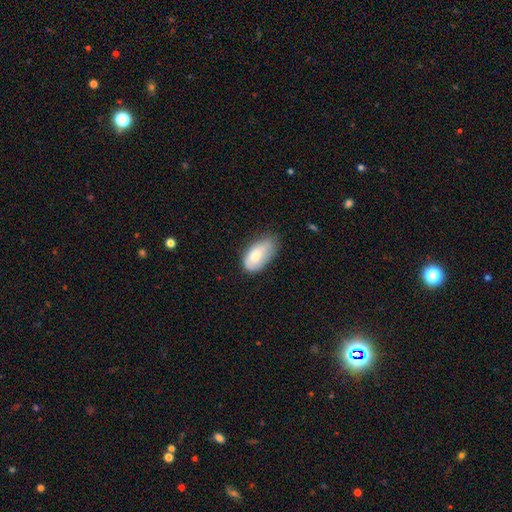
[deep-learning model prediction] A smooth galaxy with no disk features (75%) that is in between round and cigar-shaped (94%). Merging: none (45%).